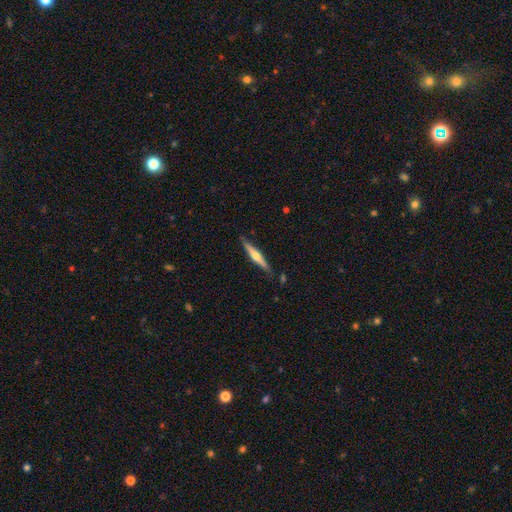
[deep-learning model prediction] This is likely a featured or disk galaxy (67%). It is clearly viewed edge-on (97%). Edge-on bulge: clearly rounded (91%). Merging: clearly none (85%).